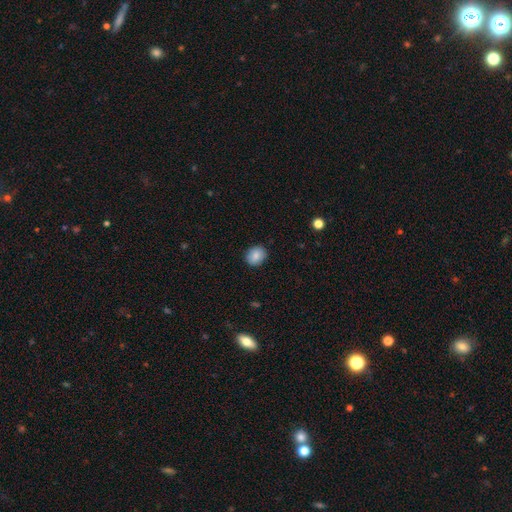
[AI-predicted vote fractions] This is clearly a smooth galaxy (86%). How rounded: likely round (65%). Merging: clearly none (89%).